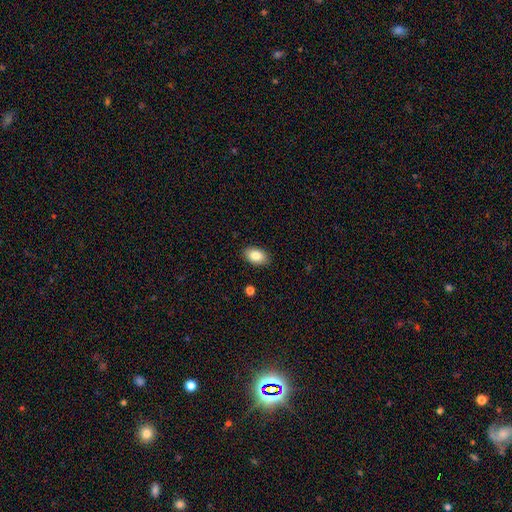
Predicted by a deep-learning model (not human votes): Smooth or featured: smooth — 84% (featured or disk — 9%)
How rounded: in between — 90% (round — 8%)
Merging: none — 89% (minor disturbance — 8%)